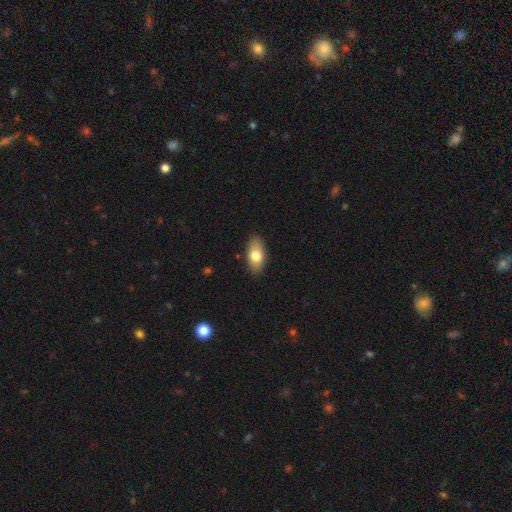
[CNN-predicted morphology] This is likely a smooth galaxy (76%). How rounded: clearly in between (89%). Merging: clearly none (86%).